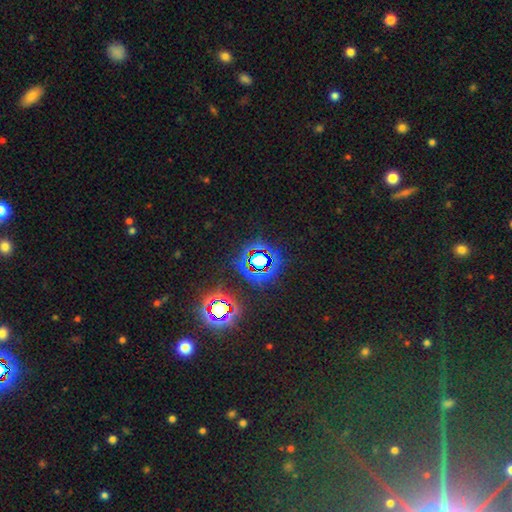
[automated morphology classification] Smooth or featured? star or artifact (78%)